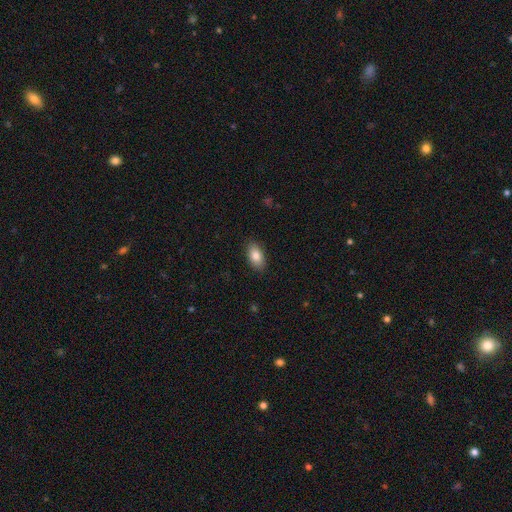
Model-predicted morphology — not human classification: smooth 84%, featured or disk 9%, star or artifact 7%. Down the decision tree: how rounded — in between (93%); merging — none (88%).